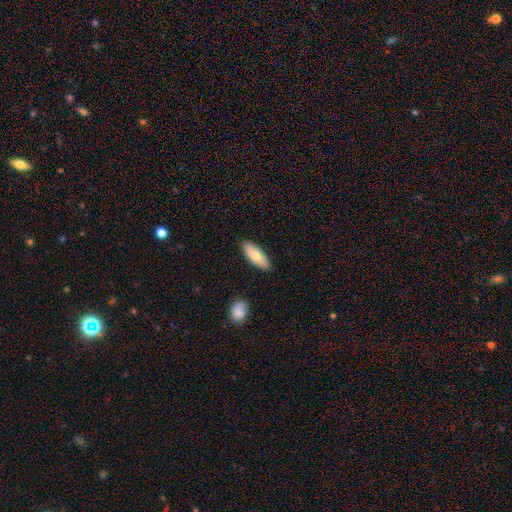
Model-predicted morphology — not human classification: Q: Smooth or featured?
A: smooth (76%); runner-up: featured or disk (18%)
Q: How rounded?
A: in between (76%); runner-up: cigar-shaped (22%)
Q: Merging?
A: none (88%); runner-up: minor disturbance (8%)